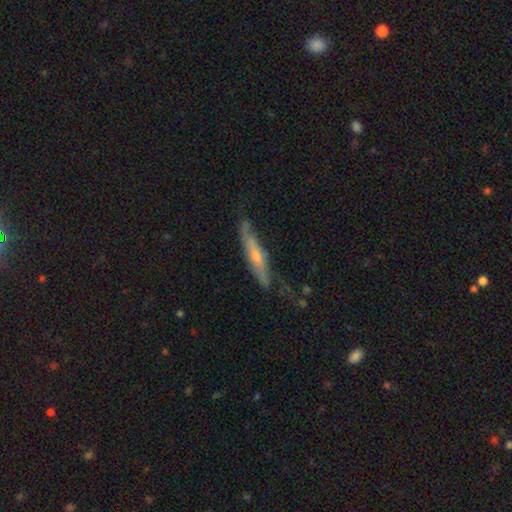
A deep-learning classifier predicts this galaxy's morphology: smooth-or-featured: featured or disk: 63% | smooth: 31% | star or artifact: 6%
  disk-edge-on: yes: 75% | no: 25%
  merging: none: 59% | minor disturbance: 27% | major disturbance: 11% | merger: 2%